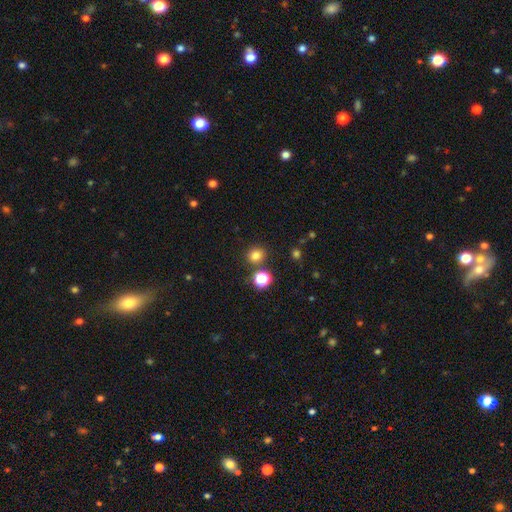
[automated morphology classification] Smooth or featured? smooth (78%)
How rounded? round (82%)
Merging? none (82%)